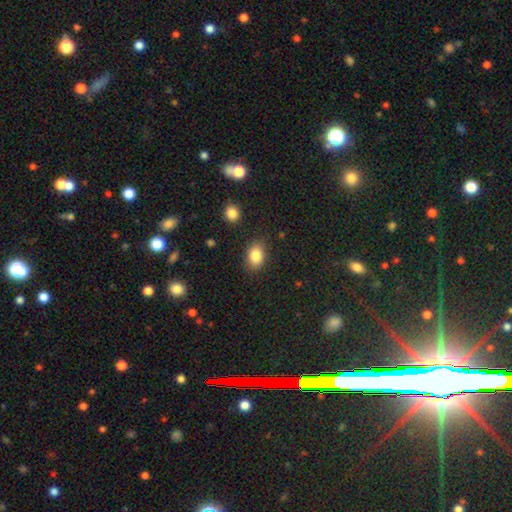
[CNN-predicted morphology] Q: Smooth or featured?
A: smooth (85%); runner-up: star or artifact (9%)
Q: How rounded?
A: in between (75%); runner-up: round (23%)
Q: Merging?
A: none (83%); runner-up: minor disturbance (12%)